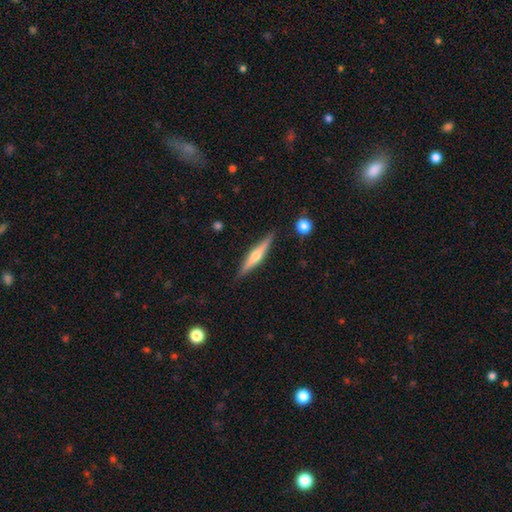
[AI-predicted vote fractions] Smooth or featured: featured or disk — 64% (smooth — 31%)
Edge-on disk: yes — 97% (no — 3%)
Edge-on bulge: rounded — 87% (none — 7%)
Merging: none — 88% (minor disturbance — 9%)